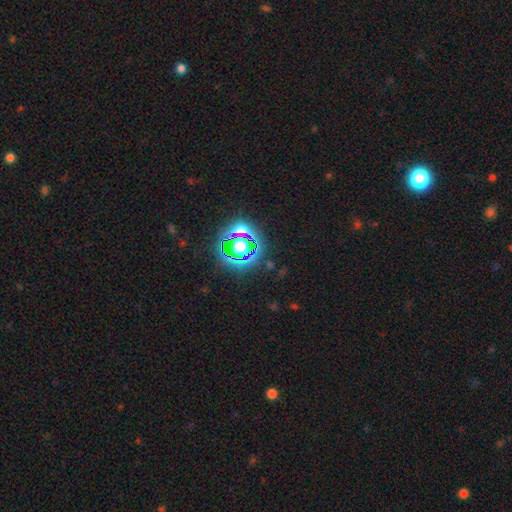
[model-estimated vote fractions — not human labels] A star or artifact, not a galaxy (83%).

Vote fractions:
- Smooth or featured? star or artifact: 83% / smooth: 11% / featured or disk: 6%